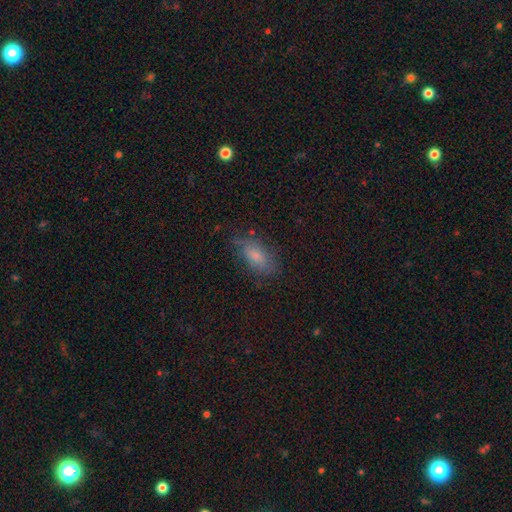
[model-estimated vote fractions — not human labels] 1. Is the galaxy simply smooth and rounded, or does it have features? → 74% smooth, 17% featured or disk, 10% star or artifact.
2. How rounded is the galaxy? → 86% in between, 10% cigar-shaped, 4% round.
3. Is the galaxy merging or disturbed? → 69% none, 23% minor disturbance, 7% major disturbance, 2% merger.